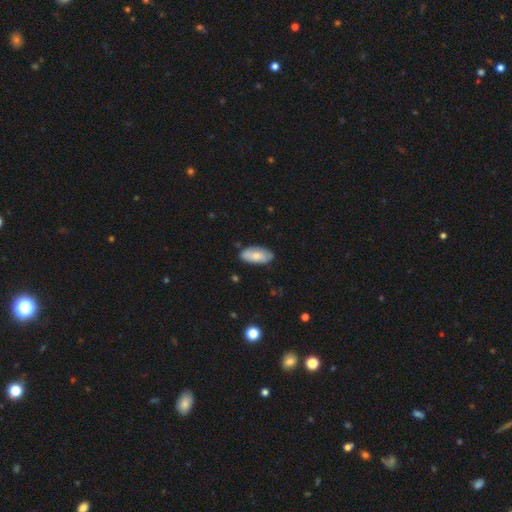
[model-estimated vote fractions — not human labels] This is likely a smooth galaxy (75%). How rounded: clearly in between (93%). Merging: clearly none (80%).